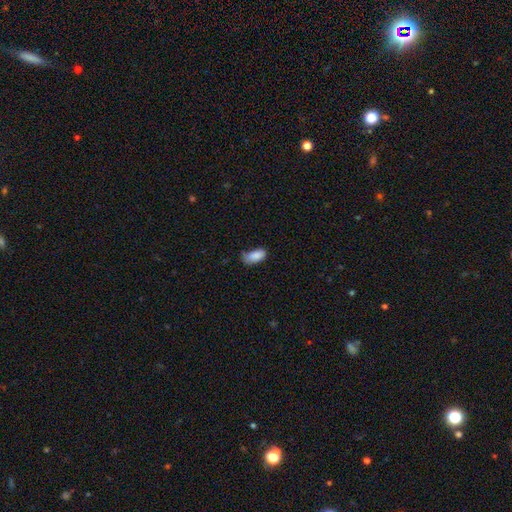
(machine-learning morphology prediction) A smooth galaxy with no disk features (86%) that is in between round and cigar-shaped (92%). Merging: none (44%).